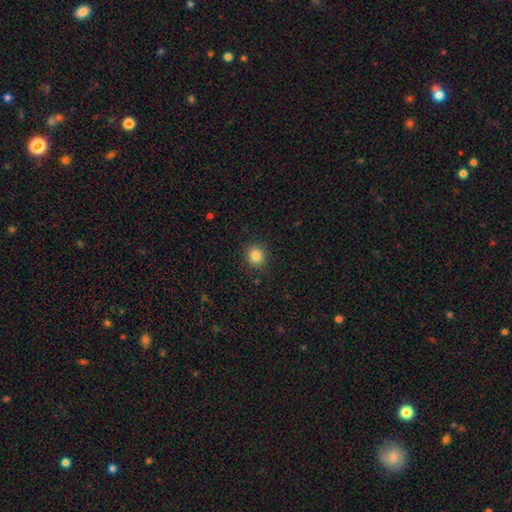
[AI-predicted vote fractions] This appears to be a smooth galaxy with no disk features (85%) that is round (88%). Merging: none (89%).